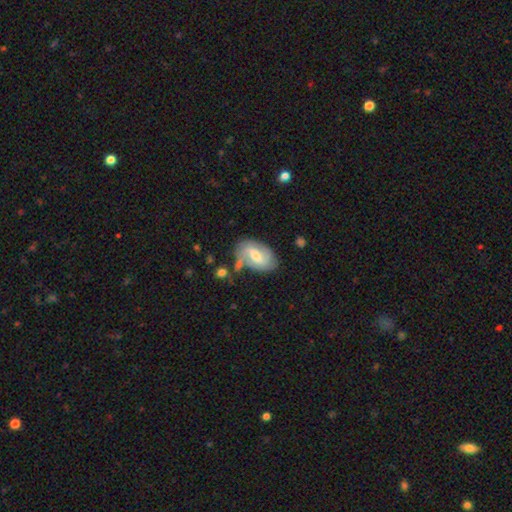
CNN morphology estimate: Overall: featured or disk (65%; smooth 28%). Edge-on disk: no (96%). Bar: weak (57%; strong 23%). Spiral arms: yes (86%). Spiral arm count: 2 (67%). Spiral winding: medium (44%; tight 30%). Bulge size: moderate (58%; small 31%). Merging: none (58%; minor disturbance 24%).